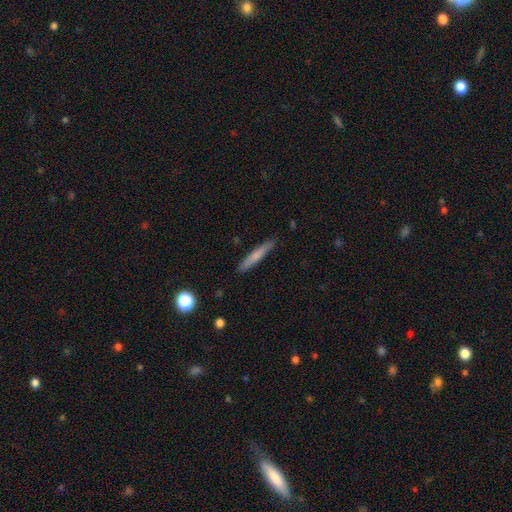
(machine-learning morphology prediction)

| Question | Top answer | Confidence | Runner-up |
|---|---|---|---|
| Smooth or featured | smooth | 67% | featured or disk (27%) |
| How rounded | cigar-shaped | 95% | in between (4%) |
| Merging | none | 89% | minor disturbance (8%) |